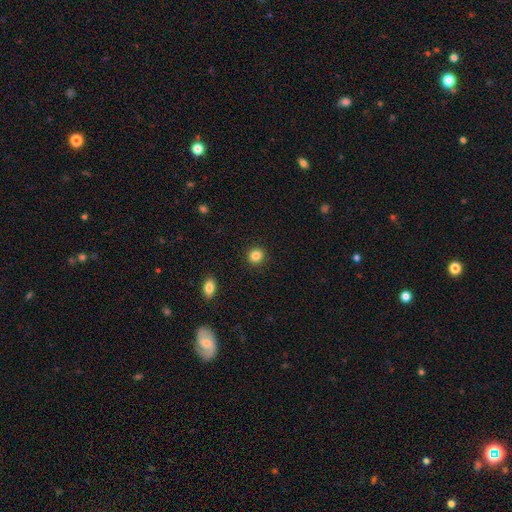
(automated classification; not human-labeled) Q: Smooth or featured?
A: smooth (85%); runner-up: star or artifact (10%)
Q: How rounded?
A: round (88%); runner-up: in between (11%)
Q: Merging?
A: none (92%); runner-up: minor disturbance (5%)